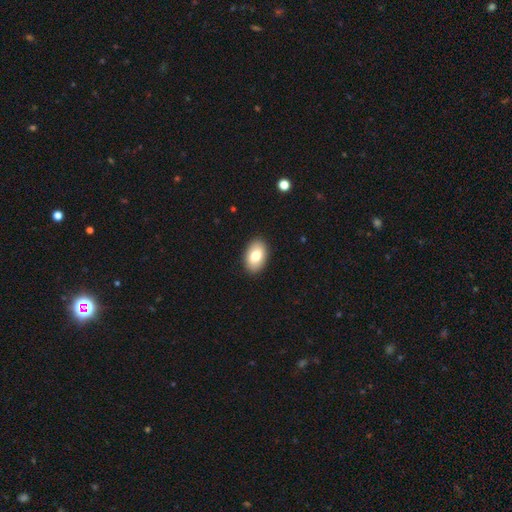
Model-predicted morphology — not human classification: The model was most divided on "smooth or featured": smooth: 77%, featured or disk: 16%, star or artifact: 7%. More confident: how rounded — in between (91%); merging — none (90%).